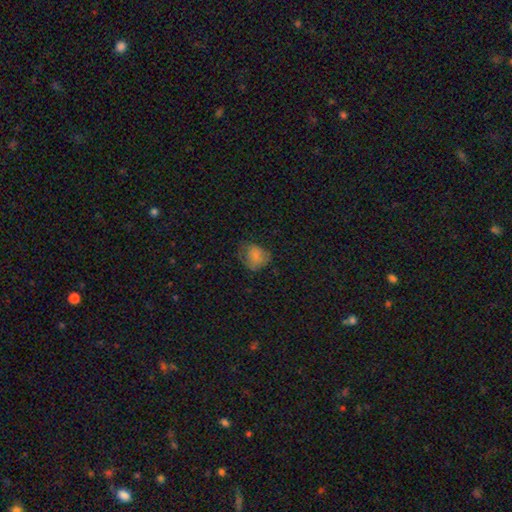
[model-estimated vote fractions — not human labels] A smooth galaxy with no disk features (69%) that is round (57%). Merging: none (47%).